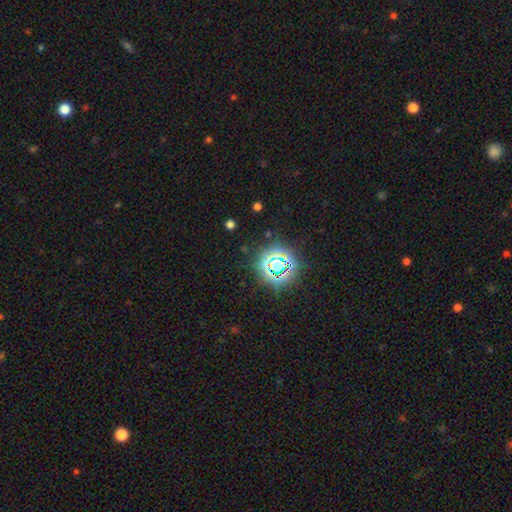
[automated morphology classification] type=star or artifact (75%).